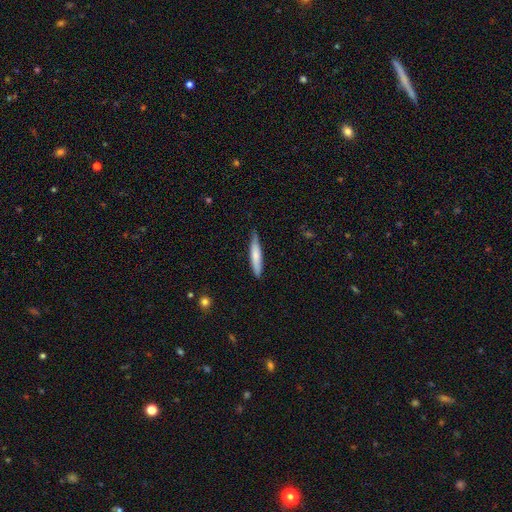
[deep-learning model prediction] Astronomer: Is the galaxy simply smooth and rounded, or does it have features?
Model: smooth — 71%.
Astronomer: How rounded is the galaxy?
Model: cigar-shaped — 87%.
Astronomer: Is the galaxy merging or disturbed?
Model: none — 81%.